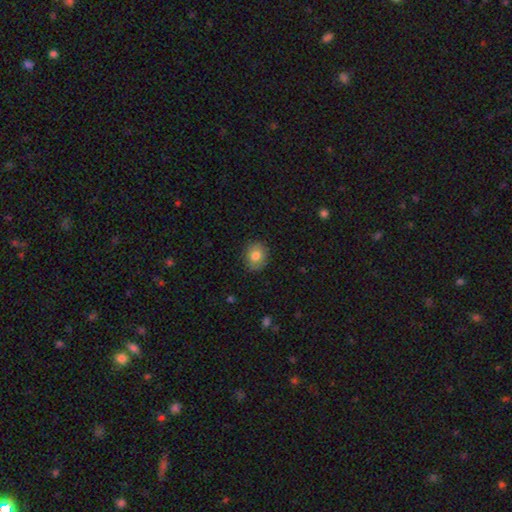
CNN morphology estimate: smooth_or_featured: smooth (p=0.80) [alt: featured or disk p=0.11]
how_rounded: round (p=0.65) [alt: in between p=0.35]
merging: none (p=0.85) [alt: minor disturbance p=0.11]